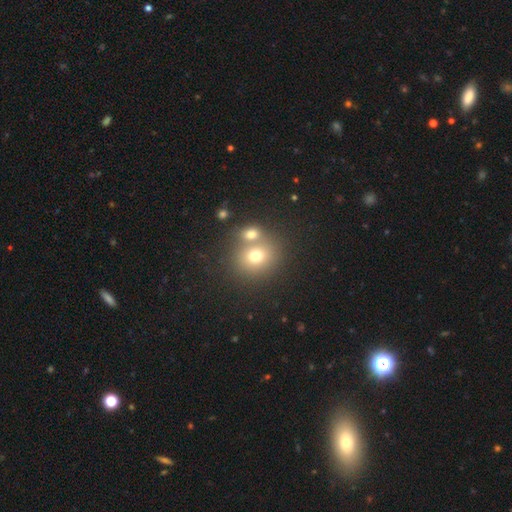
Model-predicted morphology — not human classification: smooth-or-featured: smooth: 71% | star or artifact: 15% | featured or disk: 14%
  how-rounded: round: 77% | in between: 22% | cigar-shaped: 1%
  merging: none: 49% | merger: 40% | minor disturbance: 8% | major disturbance: 3%